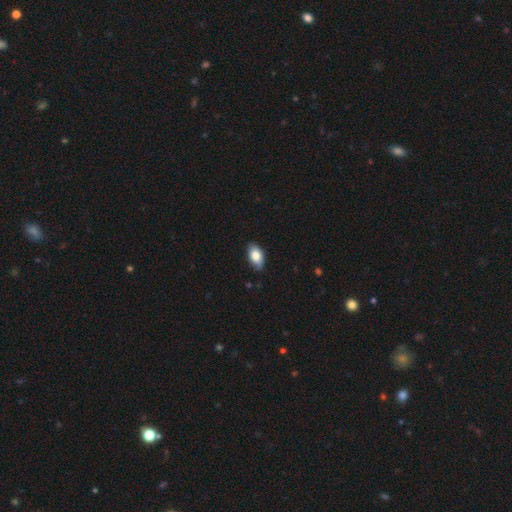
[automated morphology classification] Smooth or featured? Predicted: smooth (p=0.80). How rounded? Predicted: in between (p=0.93). Merging? Predicted: none (p=0.82).